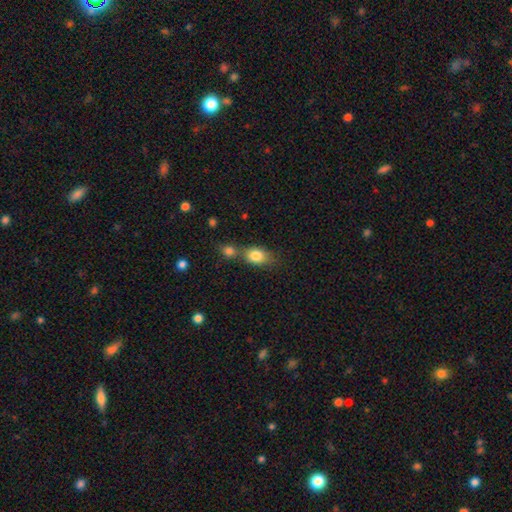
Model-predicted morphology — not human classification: The model was most divided on "merging": none: 43%, merger: 41%, minor disturbance: 12%, major disturbance: 4%. More confident: smooth or featured — smooth (82%); how rounded — in between (66%).